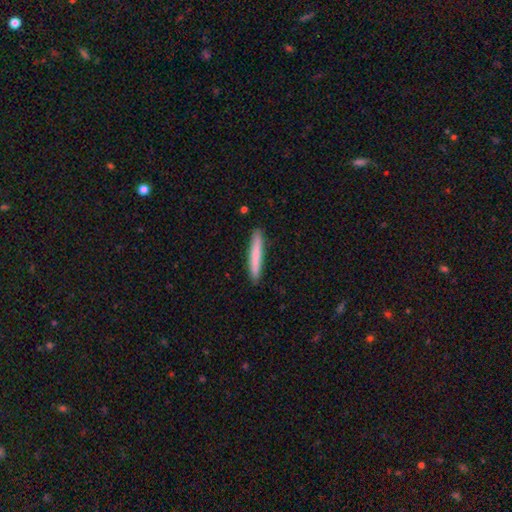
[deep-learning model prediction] This appears to be a smooth galaxy with no disk features (74%) that is cigar-shaped (95%). Merging: none (90%).